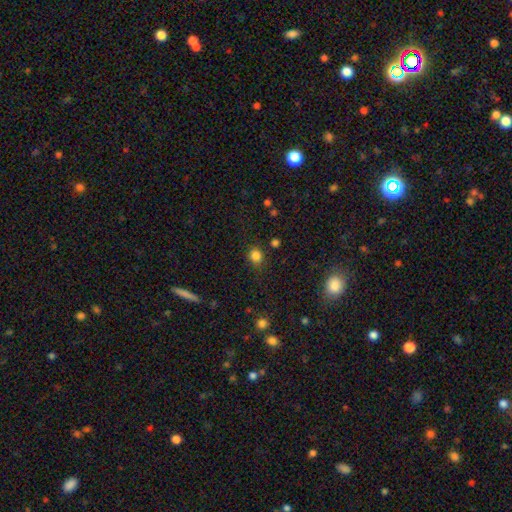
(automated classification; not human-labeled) Smooth or featured? Predicted: smooth (p=0.82). How rounded? Predicted: round (p=0.78). Merging? Predicted: none (p=0.83).